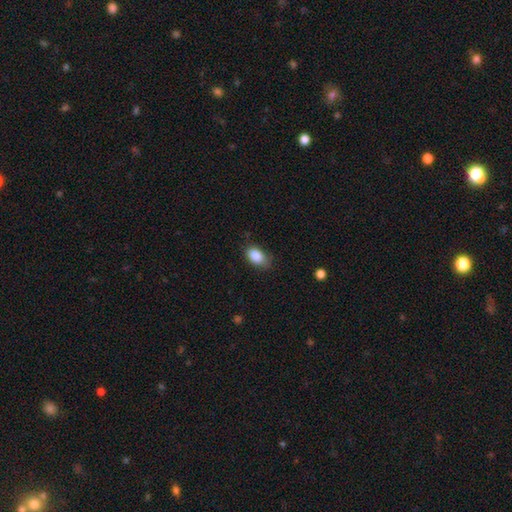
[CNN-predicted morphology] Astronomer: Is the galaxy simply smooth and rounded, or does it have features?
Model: smooth — 88%.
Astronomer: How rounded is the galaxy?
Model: in between — 88%.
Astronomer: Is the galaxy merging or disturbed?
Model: none — 68%.